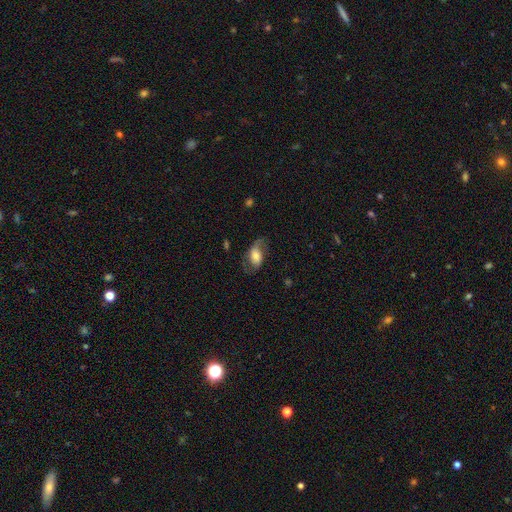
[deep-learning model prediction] A featured or disk galaxy (52%).

Vote fractions:
- Smooth or featured? featured or disk: 52% / smooth: 40% / star or artifact: 8%
- Edge-on disk? no: 93% / yes: 7%
- Merging? none: 61% / minor disturbance: 22% / major disturbance: 16% / merger: 2%